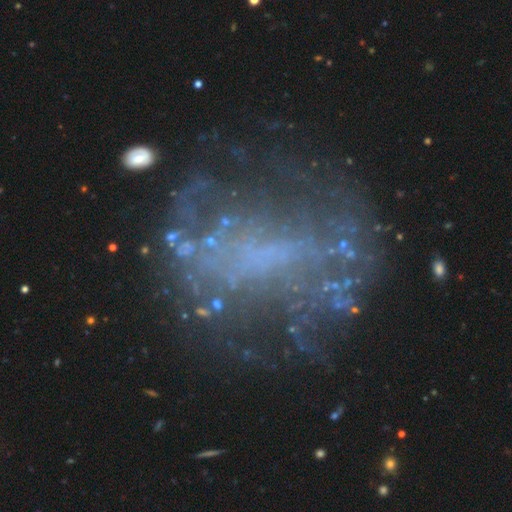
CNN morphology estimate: smooth_or_featured: featured or disk (p=0.59) [alt: star or artifact p=0.24]
disk_edge_on: no (p=0.96) [alt: yes p=0.04]
bar: no (p=0.69) [alt: weak p=0.21]
has_spiral_arms: no (p=0.70) [alt: yes p=0.30]
bulge_size: none (p=0.72) [alt: small p=0.14]
merging: none (p=0.58) [alt: major disturbance p=0.23]